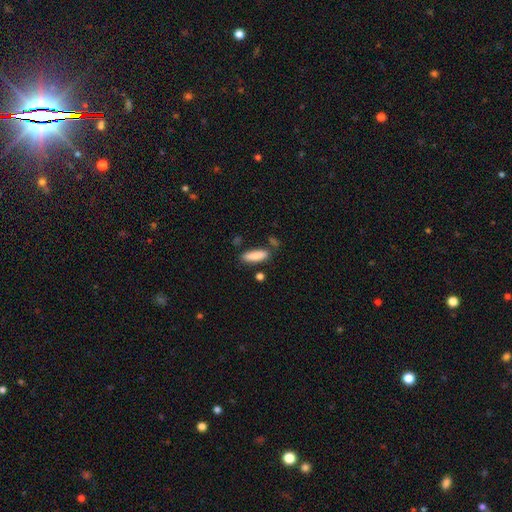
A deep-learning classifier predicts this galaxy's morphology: This is clearly a smooth galaxy (87%). How rounded: possibly cigar-shaped (54%). Merging: likely none (78%).